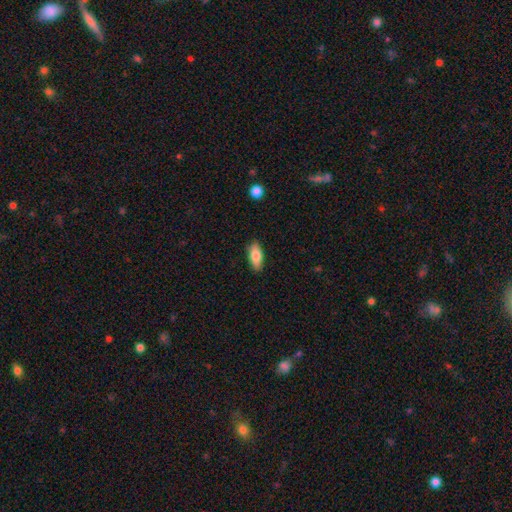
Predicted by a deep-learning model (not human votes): smooth 82%, featured or disk 12%, star or artifact 6%. Down the decision tree: how rounded — in between (82%); merging — none (86%).